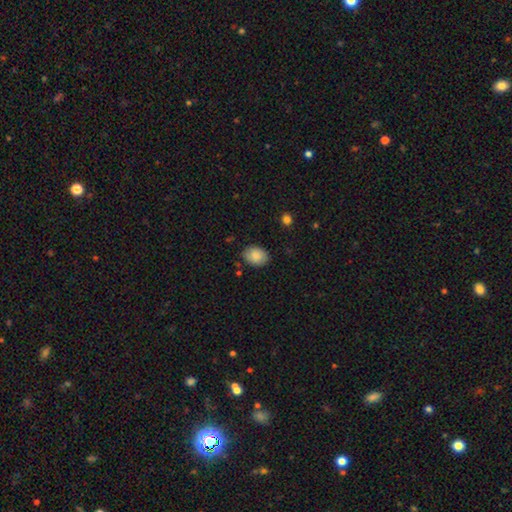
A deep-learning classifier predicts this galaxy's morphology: Overall: smooth (86%). How rounded: in between (72%). Merging: none (83%).